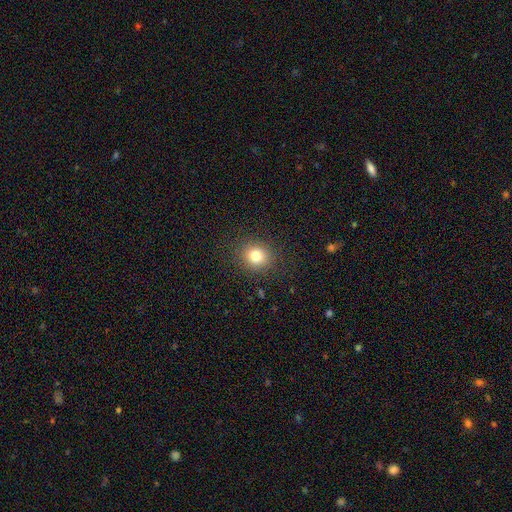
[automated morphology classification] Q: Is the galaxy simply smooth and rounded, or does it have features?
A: smooth — 80%.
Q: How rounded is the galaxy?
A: round — 76%.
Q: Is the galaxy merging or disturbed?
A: none — 88%.